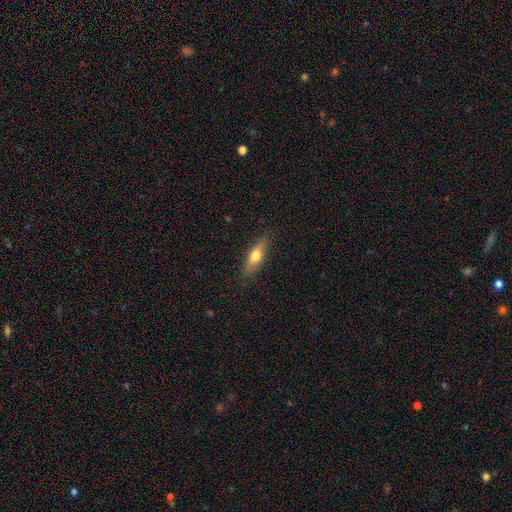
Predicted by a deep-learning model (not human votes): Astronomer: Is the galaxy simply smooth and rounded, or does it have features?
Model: smooth — 54% (runner-up: featured or disk, 40%).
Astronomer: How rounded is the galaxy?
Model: cigar-shaped — 59% (runner-up: in between, 38%).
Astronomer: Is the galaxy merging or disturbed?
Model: none — 87%.